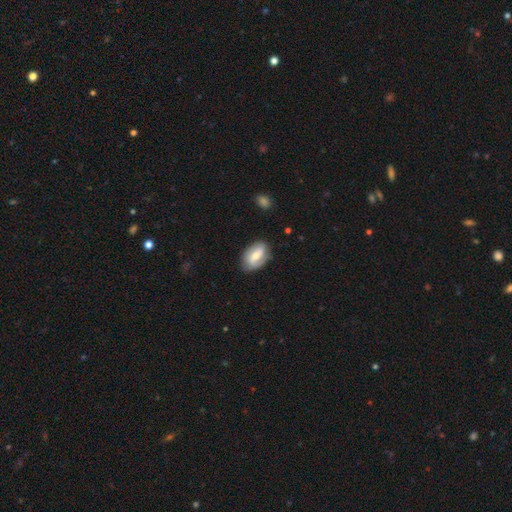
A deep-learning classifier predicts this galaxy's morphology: Smooth or featured? Predicted: featured or disk (p=0.50). Edge-on disk? Predicted: no (p=0.93). Merging? Predicted: none (p=0.79).